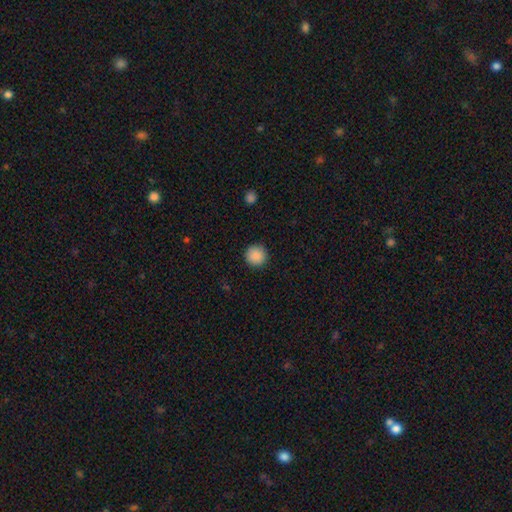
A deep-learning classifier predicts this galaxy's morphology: smooth_or_featured: smooth (p=0.89) [alt: star or artifact p=0.09]
how_rounded: round (p=0.95) [alt: in between p=0.04]
merging: none (p=0.92) [alt: minor disturbance p=0.05]